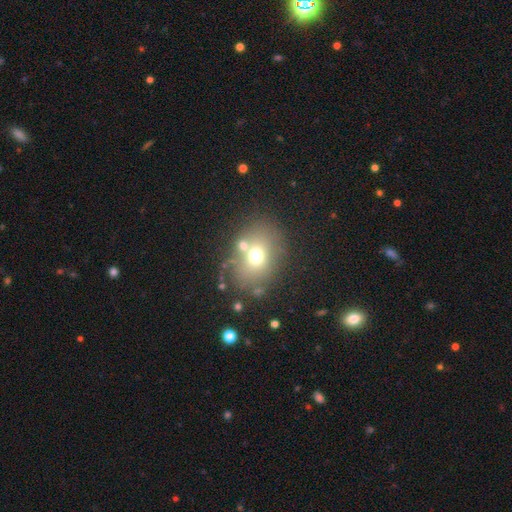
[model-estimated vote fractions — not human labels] Smooth or featured? smooth (65%)
How rounded? in between (56%)
Merging? none (67%)